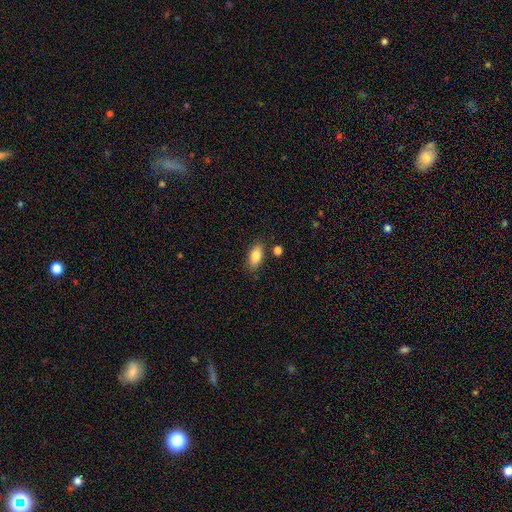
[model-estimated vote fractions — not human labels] Morphology: type=smooth (85%); roundness=in between (89%); merging=none (79%).